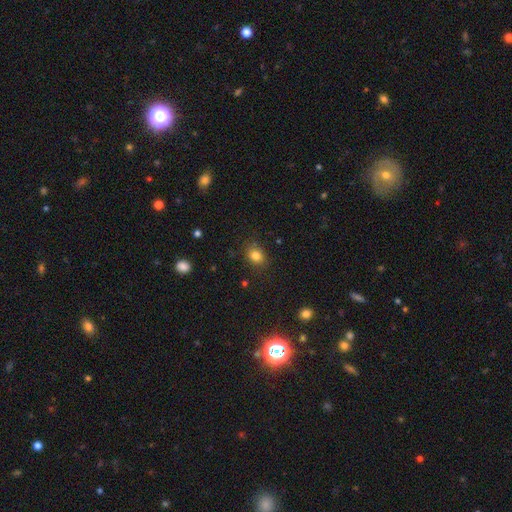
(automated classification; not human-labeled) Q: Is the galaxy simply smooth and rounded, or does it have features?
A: smooth — 82%.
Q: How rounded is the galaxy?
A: round — 52%.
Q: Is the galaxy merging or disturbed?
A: none — 83%.